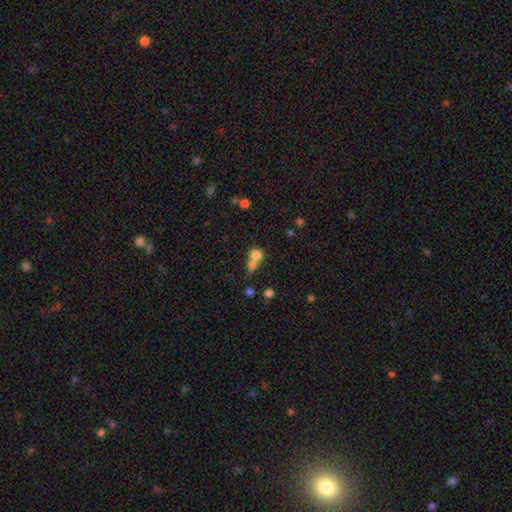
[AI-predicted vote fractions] This appears to be a smooth galaxy with no disk features (75%) that is round (67%). Merging: merger (64%).